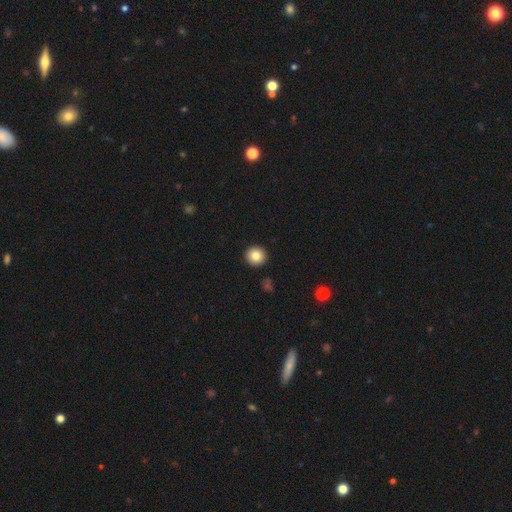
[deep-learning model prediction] smooth 83%, star or artifact 10%, featured or disk 8%. Down the decision tree: how rounded — round (93%); merging — none (93%).